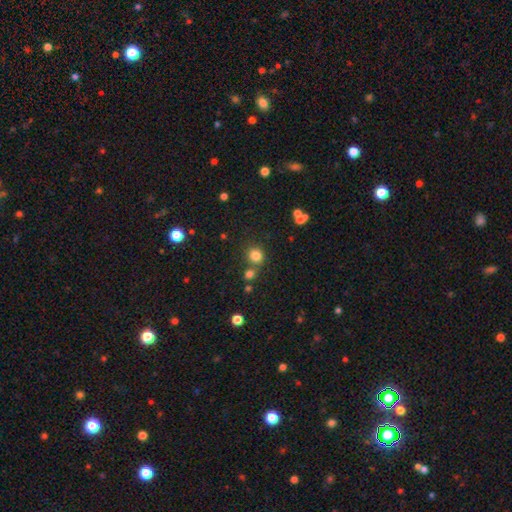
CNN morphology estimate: A smooth galaxy with no disk features (80%) that is round (85%).

Vote fractions:
- Smooth or featured? smooth: 80% / star or artifact: 14% / featured or disk: 6%
- How rounded? round: 85% / in between: 14% / cigar-shaped: 1%
- Merging? none: 73% / merger: 15% / minor disturbance: 9% / major disturbance: 3%